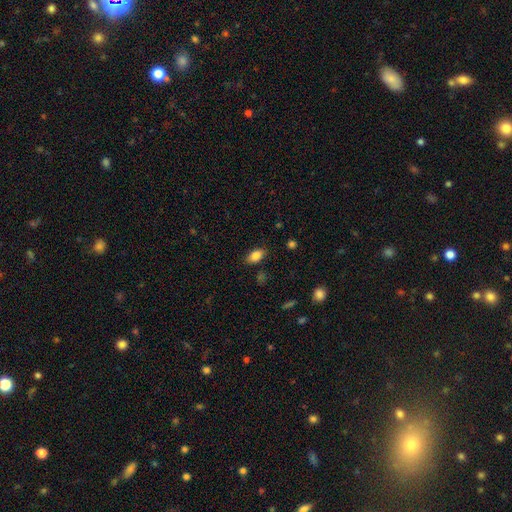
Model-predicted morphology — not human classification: This appears to be a smooth galaxy with no disk features (85%) that is in between round and cigar-shaped (90%). Merging: none (84%).